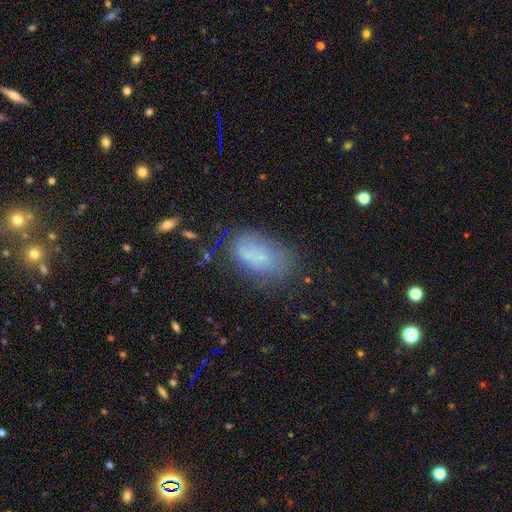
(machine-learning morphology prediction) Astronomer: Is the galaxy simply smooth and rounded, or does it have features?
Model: smooth — 74%.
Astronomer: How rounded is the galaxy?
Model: in between — 92%.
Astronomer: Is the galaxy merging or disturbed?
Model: none — 58%.